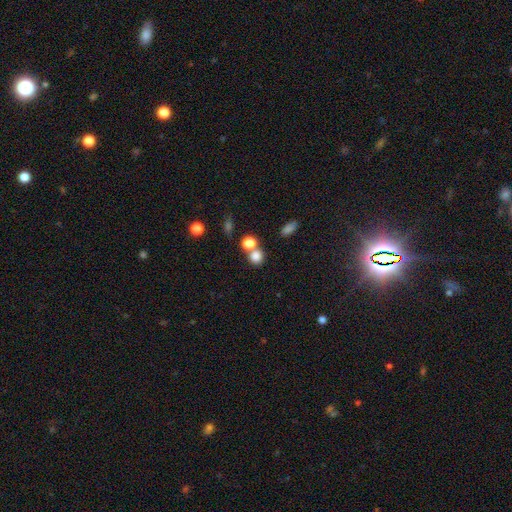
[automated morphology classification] Smooth or featured? smooth (80%)
How rounded? round (80%)
Merging? none (57%)